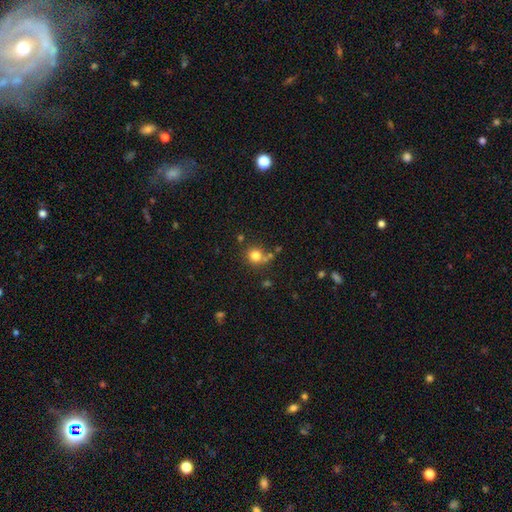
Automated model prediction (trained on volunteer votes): Smooth or featured?
  - smooth: 78% *
  - star or artifact: 13%
  - featured or disk: 8%
How rounded?
  - round: 87% *
  - in between: 12%
  - cigar-shaped: 1%
Merging?
  - none: 66% *
  - merger: 17%
  - minor disturbance: 12%
  - major disturbance: 5%